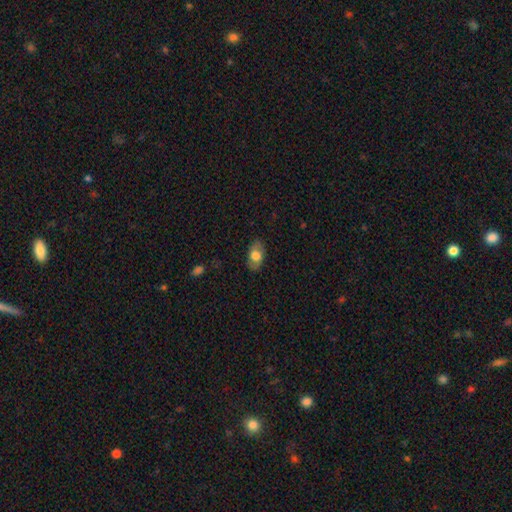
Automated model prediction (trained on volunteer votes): This appears to be a smooth galaxy with no disk features (68%) that is in between round and cigar-shaped (91%). Merging: none (82%).